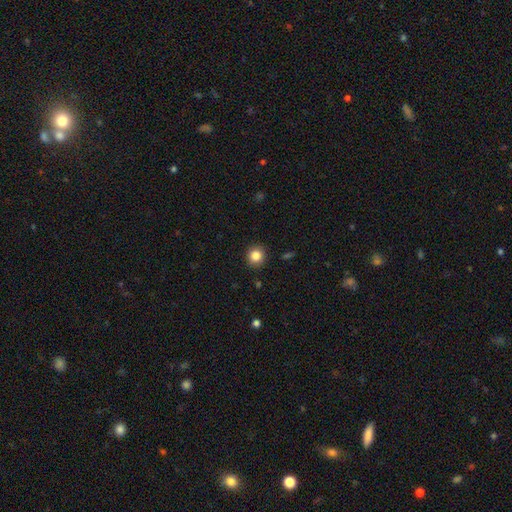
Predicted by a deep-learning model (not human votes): This is clearly a smooth galaxy (84%). How rounded: clearly round (91%). Merging: clearly none (92%).